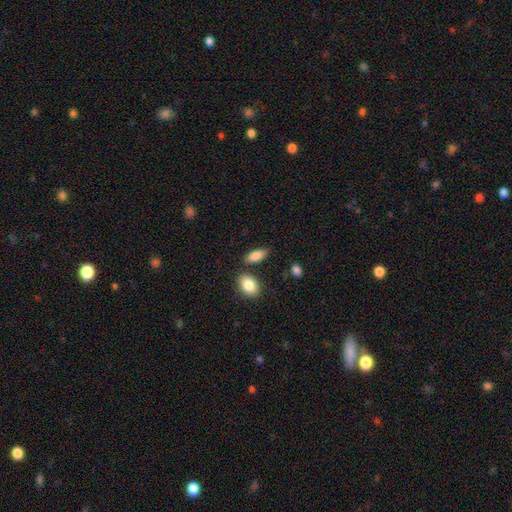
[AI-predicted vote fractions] A smooth galaxy with no disk features (84%) that is in between round and cigar-shaped (85%). Merging: none (76%).